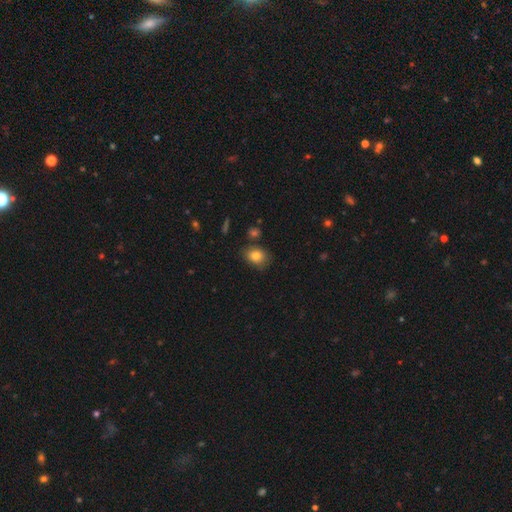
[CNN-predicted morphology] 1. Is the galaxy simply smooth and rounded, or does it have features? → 82% smooth, 10% star or artifact, 9% featured or disk.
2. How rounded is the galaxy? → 58% in between, 41% round, 1% cigar-shaped.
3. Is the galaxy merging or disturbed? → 73% none, 18% minor disturbance, 5% merger, 4% major disturbance.